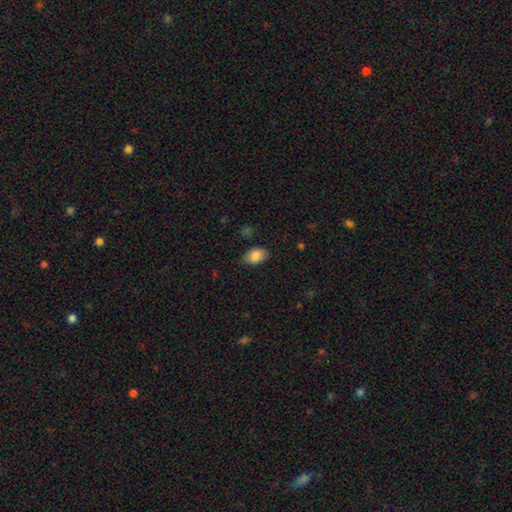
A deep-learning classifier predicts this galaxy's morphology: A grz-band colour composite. It shows a smooth galaxy with no disk features (85%) that is in between round and cigar-shaped (88%). Merging: none (81%).